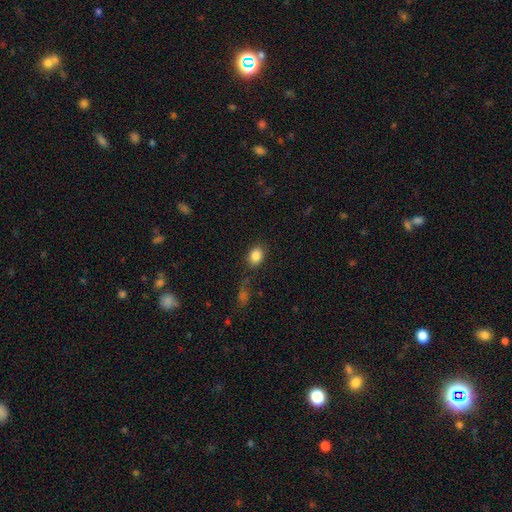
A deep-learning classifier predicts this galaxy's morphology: Q: Smooth or featured?
A: smooth (85%); runner-up: star or artifact (9%)
Q: How rounded?
A: in between (60%); runner-up: round (39%)
Q: Merging?
A: none (82%); runner-up: minor disturbance (12%)